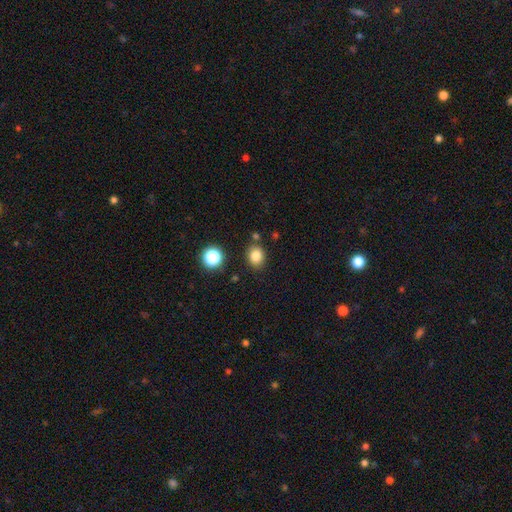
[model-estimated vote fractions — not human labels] A smooth galaxy with no disk features (82%) that is round (61%).

Vote fractions:
- Smooth or featured? smooth: 82% / star or artifact: 12% / featured or disk: 5%
- How rounded? round: 61% / in between: 38% / cigar-shaped: 1%
- Merging? none: 82% / minor disturbance: 10% / merger: 5% / major disturbance: 3%